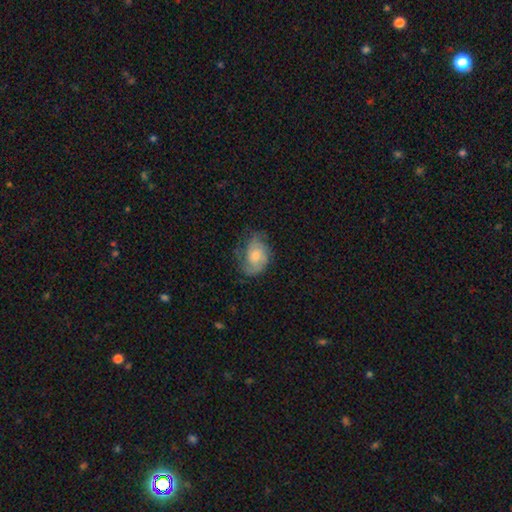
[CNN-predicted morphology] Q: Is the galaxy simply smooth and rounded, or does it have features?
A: featured or disk — 52%.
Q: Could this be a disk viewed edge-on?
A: no — 97%.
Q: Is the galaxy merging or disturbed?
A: none — 57%.